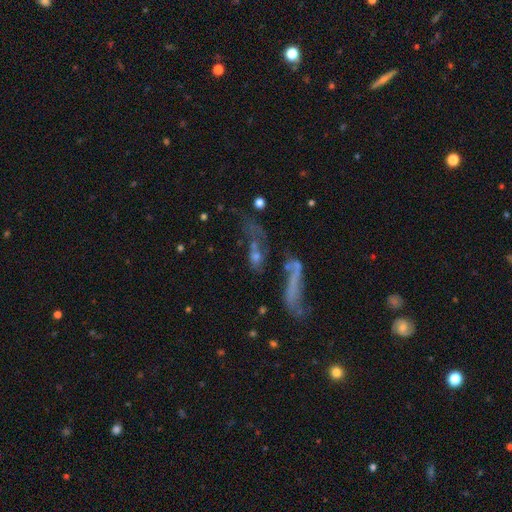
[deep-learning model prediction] Morphology: type=smooth (41%); merging=merger (34%).